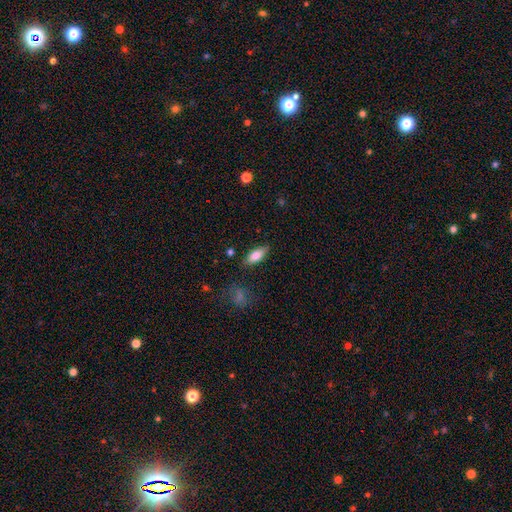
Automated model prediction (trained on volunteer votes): This is clearly a smooth galaxy (81%). How rounded: likely in between (79%). Merging: clearly none (82%).